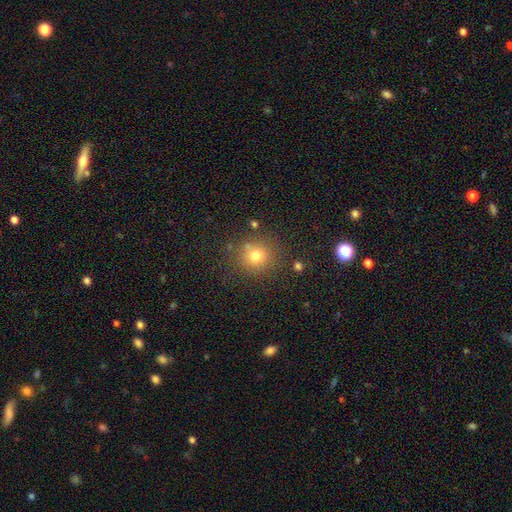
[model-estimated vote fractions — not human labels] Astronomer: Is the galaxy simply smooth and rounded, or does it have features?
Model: smooth — 74%.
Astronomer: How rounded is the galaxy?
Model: round — 89%.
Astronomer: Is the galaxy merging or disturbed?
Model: none — 79%.